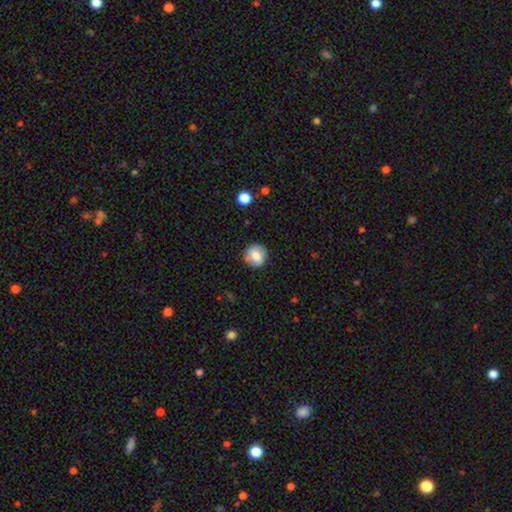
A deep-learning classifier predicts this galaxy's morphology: Smooth or featured: smooth — 73% (featured or disk — 18%)
How rounded: round — 91% (in between — 8%)
Merging: none — 85% (minor disturbance — 11%)